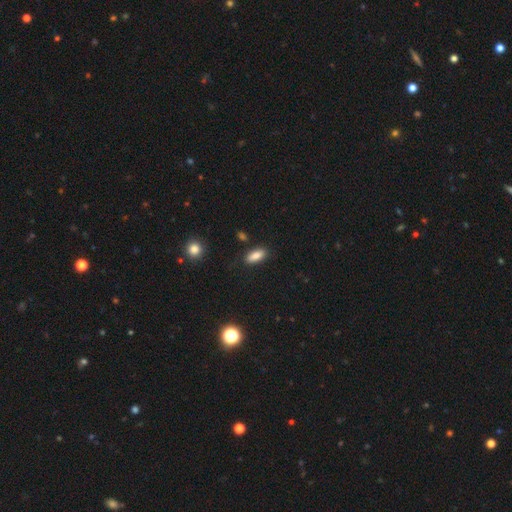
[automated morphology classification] This appears to be a smooth galaxy with no disk features (85%) that is in between round and cigar-shaped (80%). Merging: none (85%).